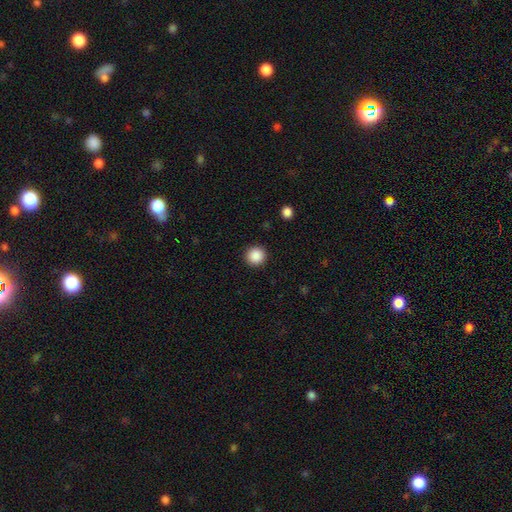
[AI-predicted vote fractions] Smooth or featured?
  - smooth: 88% *
  - star or artifact: 9%
  - featured or disk: 3%
How rounded?
  - round: 95% *
  - in between: 4%
  - cigar-shaped: 1%
Merging?
  - none: 93% *
  - minor disturbance: 5%
  - major disturbance: 2%
  - merger: 1%